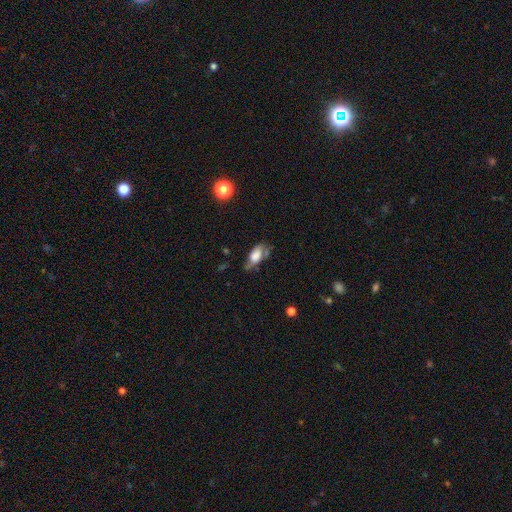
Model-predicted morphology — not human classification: This appears to be a smooth galaxy with no disk features (59%) that is in between round and cigar-shaped (84%). Merging: none (40%).